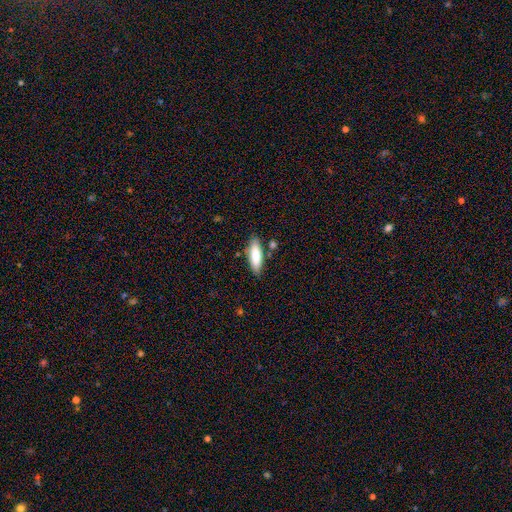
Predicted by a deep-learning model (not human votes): smooth 81%, featured or disk 13%, star or artifact 6%. Down the decision tree: how rounded — cigar-shaped (51%); merging — none (81%).